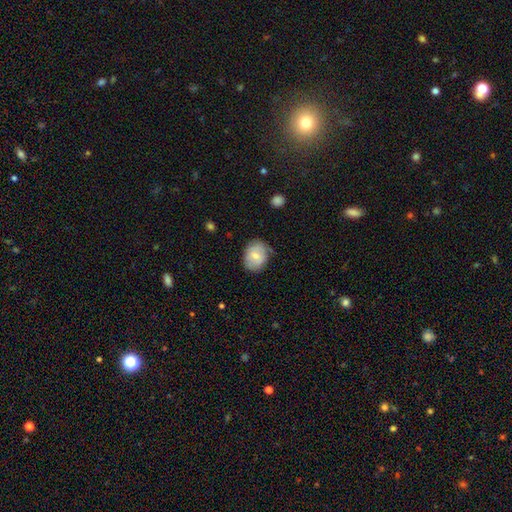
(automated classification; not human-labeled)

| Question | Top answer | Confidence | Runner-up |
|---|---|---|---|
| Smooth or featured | smooth | 73% | featured or disk (20%) |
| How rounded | in between | 52% | round (47%) |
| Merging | none | 71% | minor disturbance (23%) |